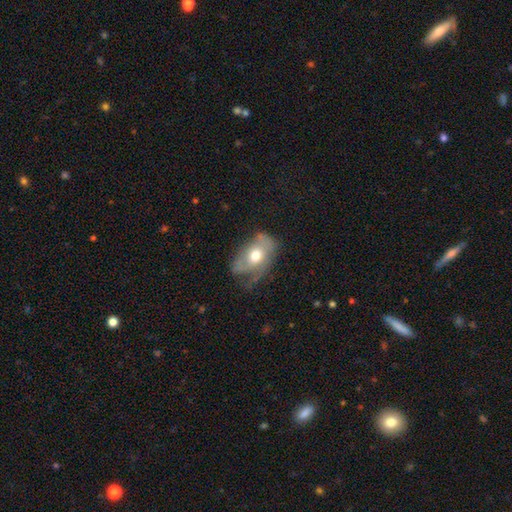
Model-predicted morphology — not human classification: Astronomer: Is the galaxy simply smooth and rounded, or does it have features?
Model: smooth — 53% (runner-up: featured or disk, 40%).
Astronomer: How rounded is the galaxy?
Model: in between — 86%.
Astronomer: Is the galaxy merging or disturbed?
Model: none — 36% (runner-up: minor disturbance, 35%).